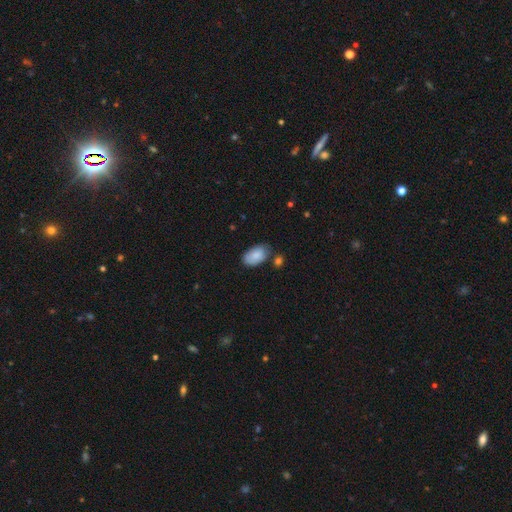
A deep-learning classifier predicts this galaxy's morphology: A smooth galaxy with no disk features (83%) that is in between round and cigar-shaped (94%). Merging: none (63%).